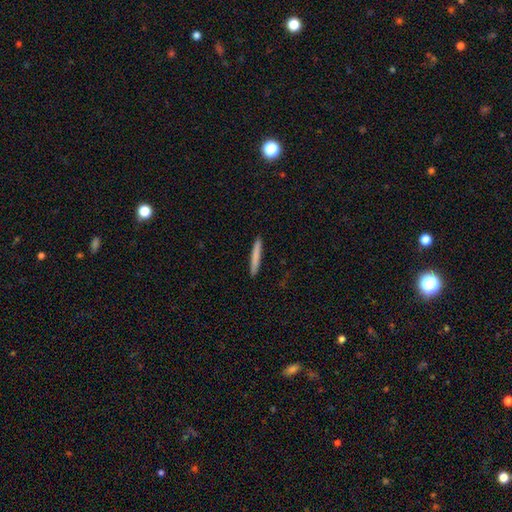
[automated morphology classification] smooth 79%, featured or disk 16%, star or artifact 6%. Down the decision tree: how rounded — cigar-shaped (96%); merging — none (92%).